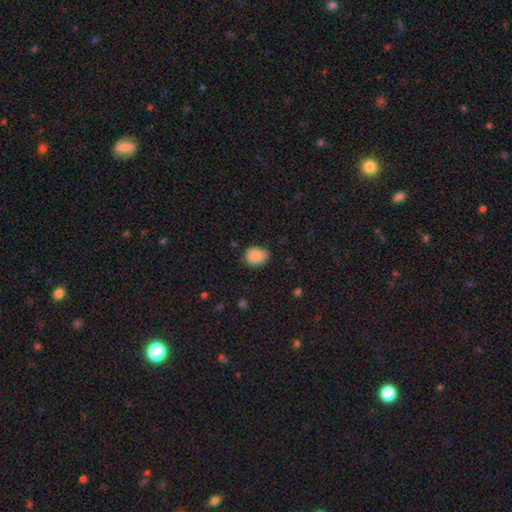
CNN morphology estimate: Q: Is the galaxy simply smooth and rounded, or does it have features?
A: smooth — 85%.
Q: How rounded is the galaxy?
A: round — 53%.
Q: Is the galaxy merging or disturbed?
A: none — 65%.